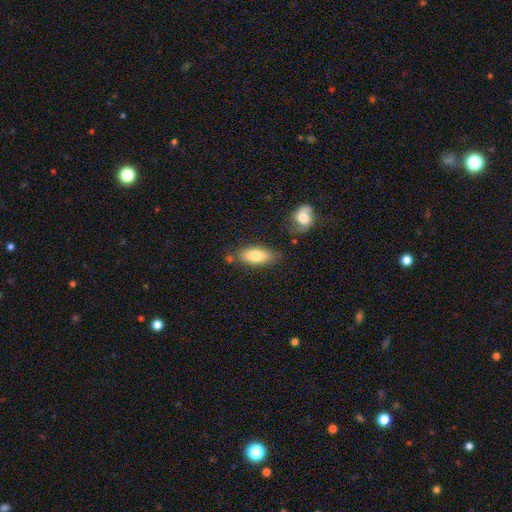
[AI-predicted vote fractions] Overall: smooth (81%). How rounded: in between (85%). Merging: none (71%).